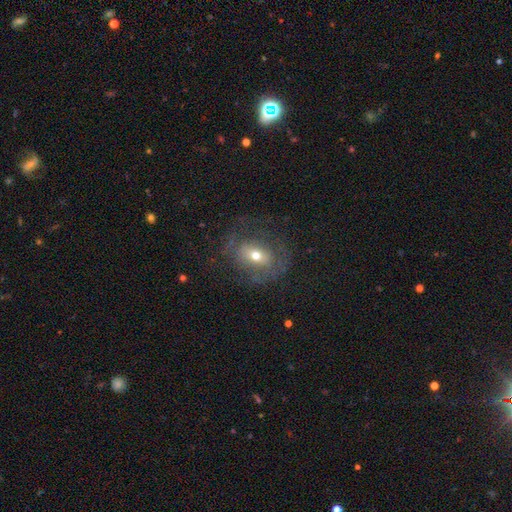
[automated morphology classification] Smooth or featured: smooth — 46% (featured or disk — 41%)
Merging: none — 60% (minor disturbance — 19%)